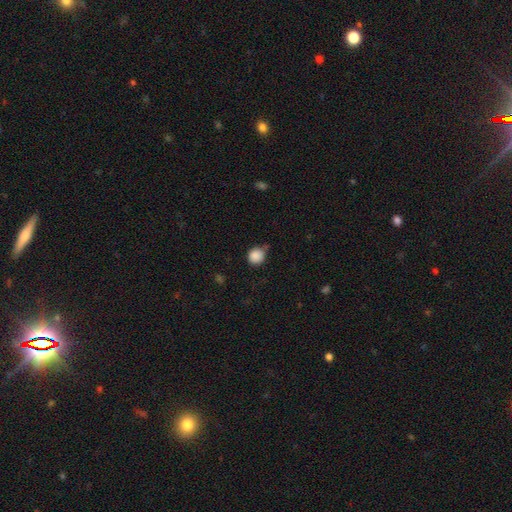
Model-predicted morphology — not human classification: Smooth or featured: smooth — 87% (star or artifact — 9%)
How rounded: round — 90% (in between — 9%)
Merging: none — 65% (minor disturbance — 24%)